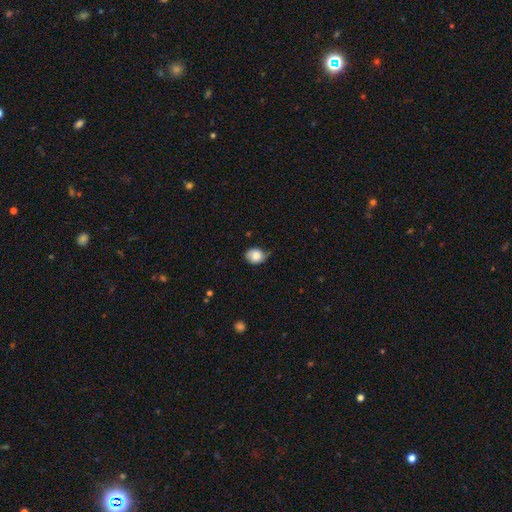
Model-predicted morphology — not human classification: Smooth or featured? smooth (75%)
How rounded? round (50%)
Merging? none (51%)